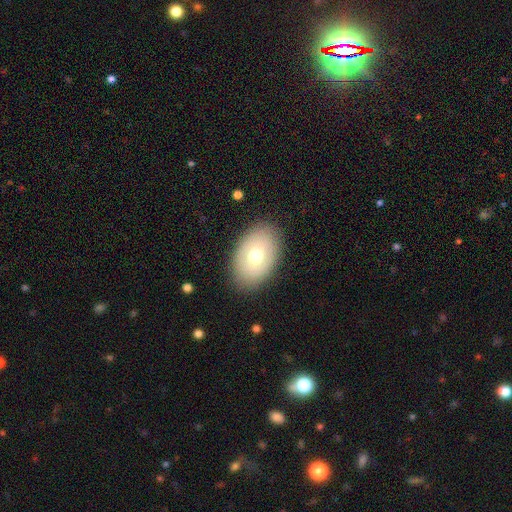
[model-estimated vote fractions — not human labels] Morphology: type=smooth (65%); roundness=in between (86%); merging=none (85%).